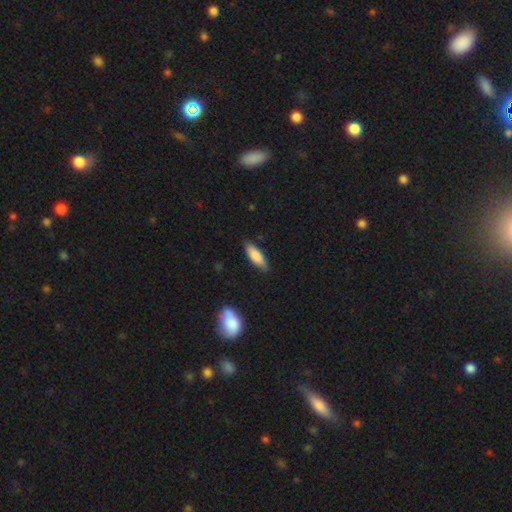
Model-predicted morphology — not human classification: Smooth or featured? smooth (81%)
How rounded? in between (55%)
Merging? none (83%)